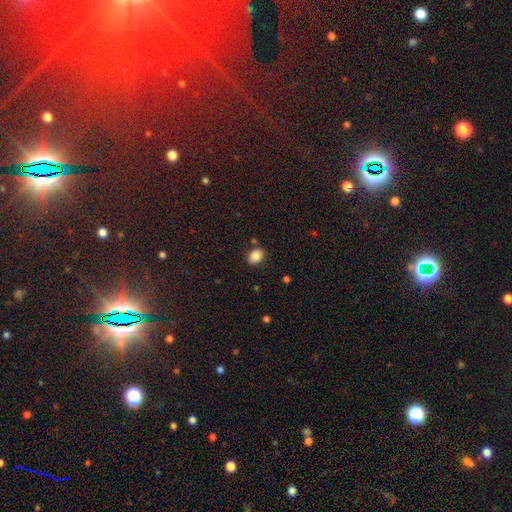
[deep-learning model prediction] This is clearly a smooth galaxy (86%). How rounded: likely in between (65%). Merging: clearly none (83%).